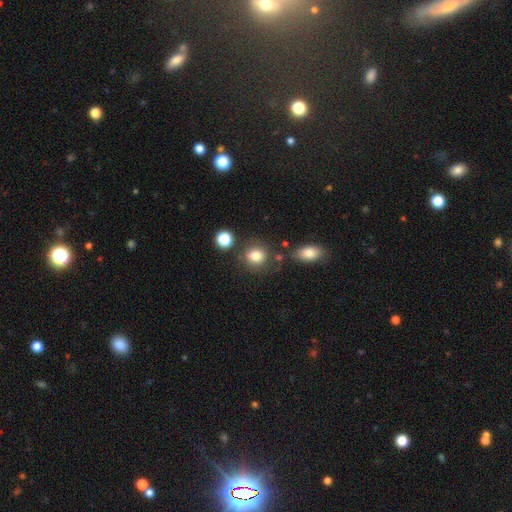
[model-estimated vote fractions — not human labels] Morphology: type=smooth (82%); roundness=round (71%); merging=none (73%).